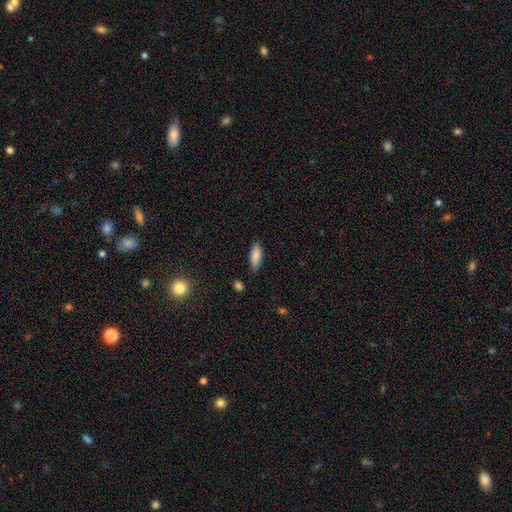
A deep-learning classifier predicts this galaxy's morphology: Smooth or featured? Predicted: smooth (p=0.85). How rounded? Predicted: in between (p=0.68). Merging? Predicted: none (p=0.82).